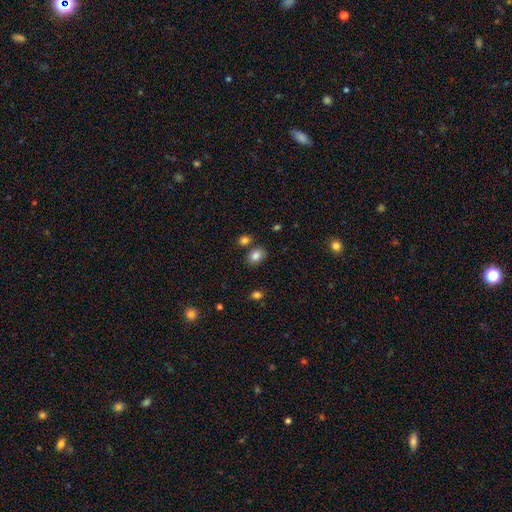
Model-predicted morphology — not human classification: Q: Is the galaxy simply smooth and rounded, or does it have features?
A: smooth — 83%.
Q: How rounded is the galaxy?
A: in between — 65%.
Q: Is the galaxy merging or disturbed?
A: none — 76%.